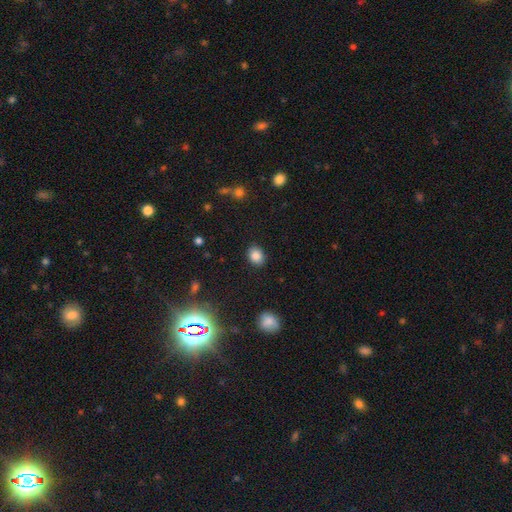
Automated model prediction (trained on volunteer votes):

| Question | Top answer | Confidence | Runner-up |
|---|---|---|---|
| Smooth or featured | smooth | 83% | star or artifact (11%) |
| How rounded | in between | 55% | round (44%) |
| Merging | none | 88% | minor disturbance (9%) |